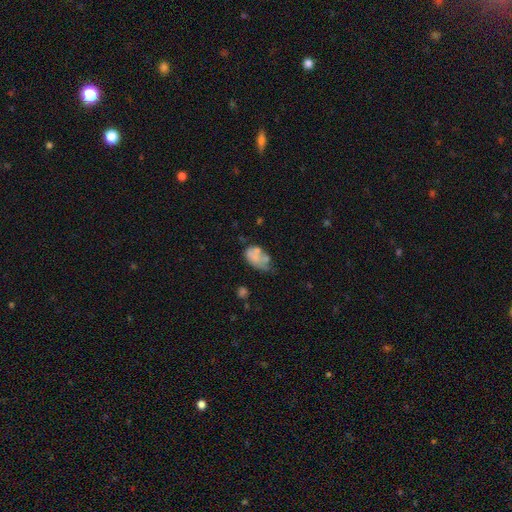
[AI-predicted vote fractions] Overall: smooth (58%; featured or disk 32%). How rounded: in between (86%). Merging: minor disturbance (30%; none 26%).